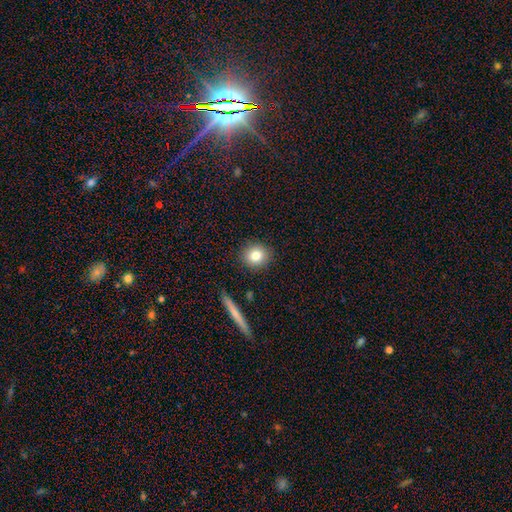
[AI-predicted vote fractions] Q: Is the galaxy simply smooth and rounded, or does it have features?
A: smooth — 81%.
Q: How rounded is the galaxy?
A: round — 86%.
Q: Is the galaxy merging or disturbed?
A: none — 89%.